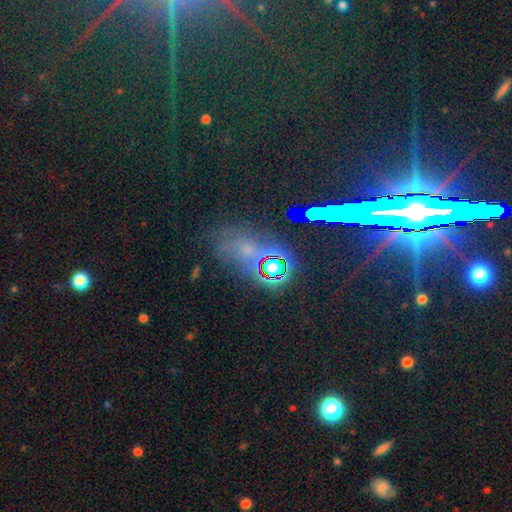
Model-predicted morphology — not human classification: type=star or artifact (62%).